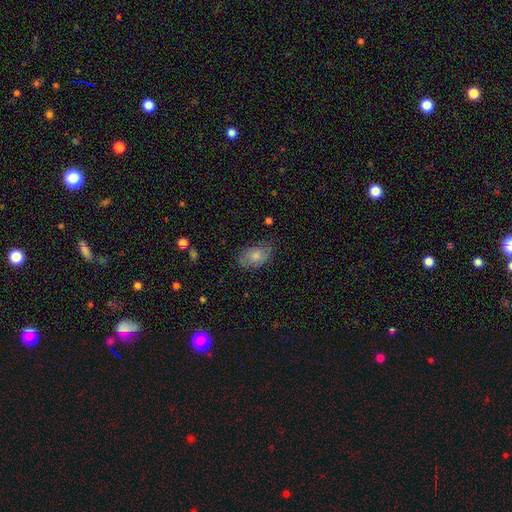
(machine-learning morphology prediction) type=smooth (55%); roundness=in between (79%); merging=none (69%).